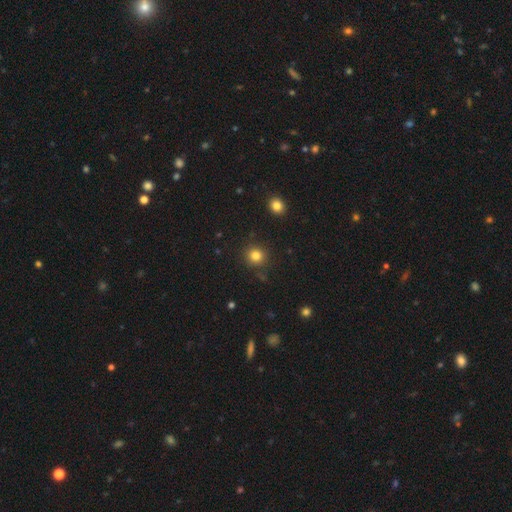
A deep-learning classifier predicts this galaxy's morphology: This is clearly a smooth galaxy (82%). How rounded: clearly round (92%). Merging: clearly none (88%).